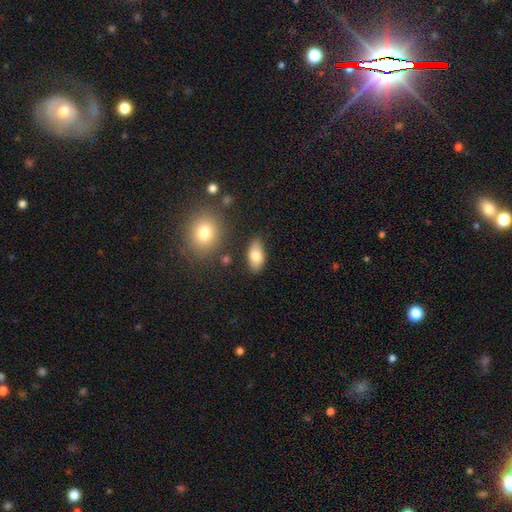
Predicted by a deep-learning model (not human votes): Overall: smooth (81%). How rounded: in between (90%). Merging: none (78%).